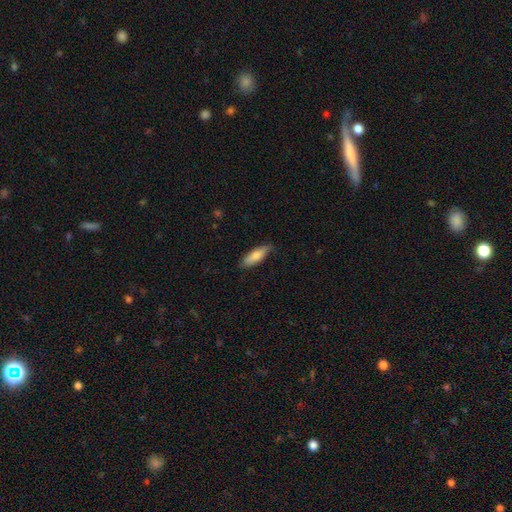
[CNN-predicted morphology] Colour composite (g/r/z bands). It shows a smooth galaxy with no disk features (76%) that is in between round and cigar-shaped (55%). Merging: none (79%).